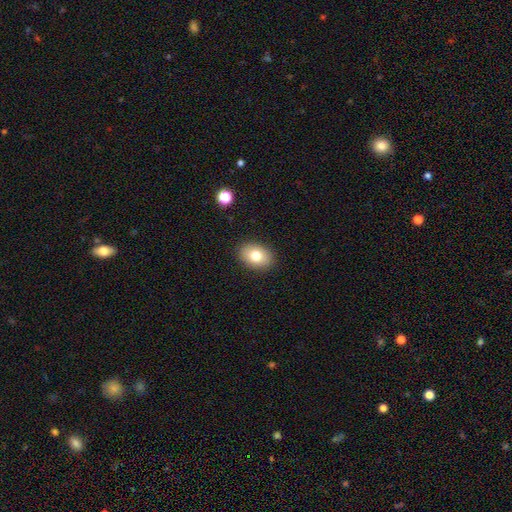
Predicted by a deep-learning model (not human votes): Smooth or featured? smooth (77%)
How rounded? in between (76%)
Merging? none (89%)